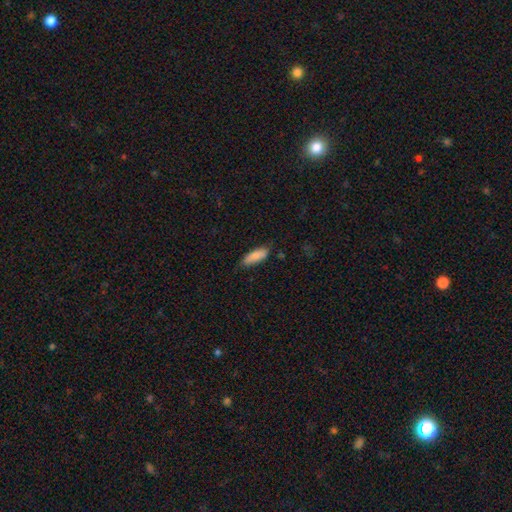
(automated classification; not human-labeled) This appears to be a smooth galaxy with no disk features (86%) that is in between round and cigar-shaped (69%). Merging: none (76%).